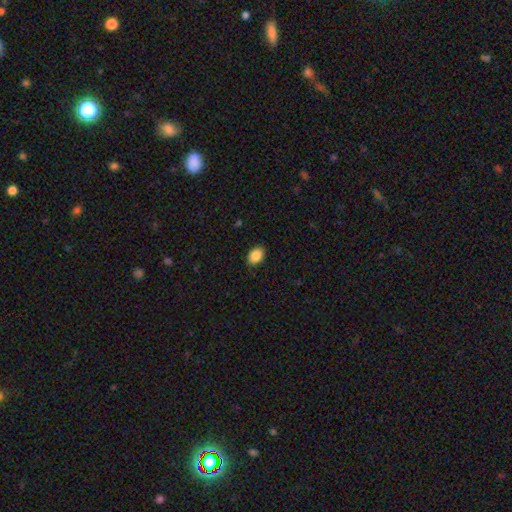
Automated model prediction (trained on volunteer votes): Morphology: type=smooth (87%); roundness=in between (81%); merging=none (88%).